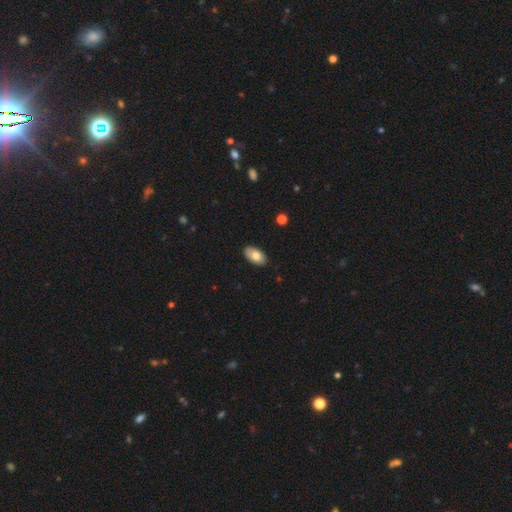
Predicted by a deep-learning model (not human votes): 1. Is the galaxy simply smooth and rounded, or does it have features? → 77% smooth, 17% featured or disk, 6% star or artifact.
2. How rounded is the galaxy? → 95% in between, 4% round, 2% cigar-shaped.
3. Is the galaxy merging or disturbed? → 88% none, 9% minor disturbance, 2% major disturbance, 1% merger.